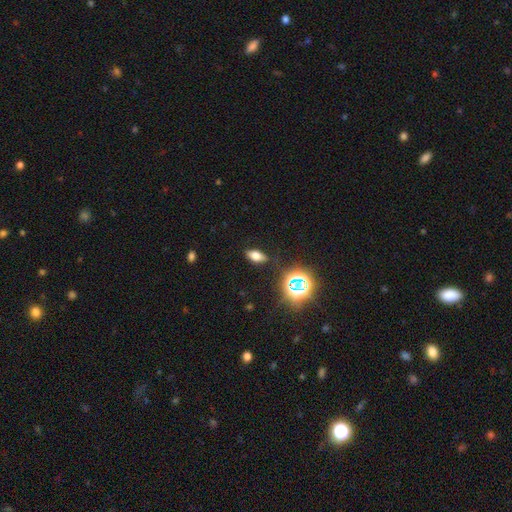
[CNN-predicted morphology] Q: Smooth or featured?
A: smooth (63%); runner-up: star or artifact (21%)
Q: How rounded?
A: in between (82%); runner-up: cigar-shaped (11%)
Q: Merging?
A: none (84%); runner-up: minor disturbance (11%)